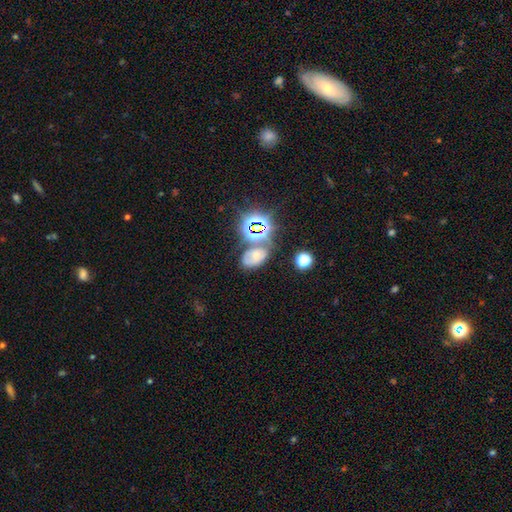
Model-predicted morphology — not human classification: A smooth galaxy with no disk features (39%).

Vote fractions:
- Smooth or featured? smooth: 39% / star or artifact: 32% / featured or disk: 29%
- Merging? none: 52% / minor disturbance: 21% / merger: 16% / major disturbance: 11%